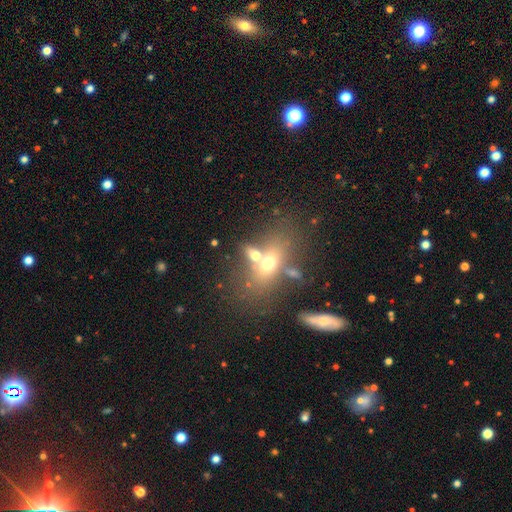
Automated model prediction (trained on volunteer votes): smooth 57%, featured or disk 29%, star or artifact 14%. Down the decision tree: how rounded — in between (73%); merging — merger (45%).